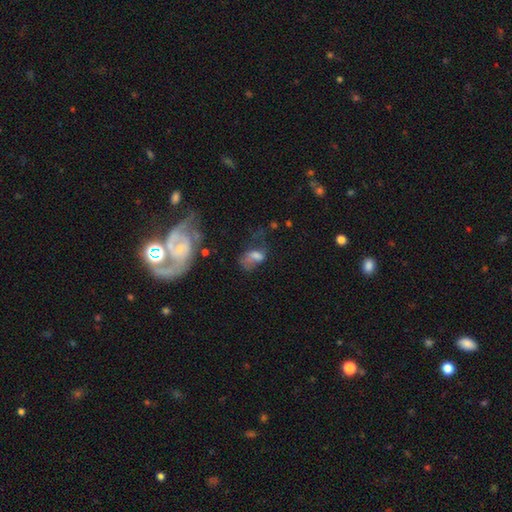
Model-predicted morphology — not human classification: smooth-or-featured: smooth: 53% | featured or disk: 31% | star or artifact: 17%
  how-rounded: in between: 82% | round: 14% | cigar-shaped: 4%
  merging: major disturbance: 42% | none: 26% | minor disturbance: 21% | merger: 11%